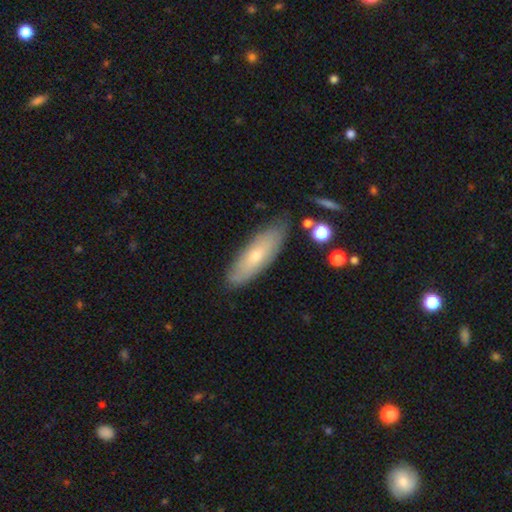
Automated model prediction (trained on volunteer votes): This is possibly a smooth galaxy (59%). How rounded: possibly in between (50%). Merging: likely none (77%).